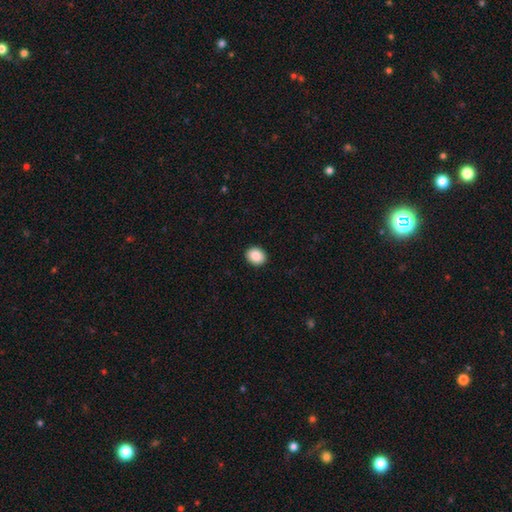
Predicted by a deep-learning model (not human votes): Morphology: type=smooth (89%); roundness=round (57%); merging=none (92%).